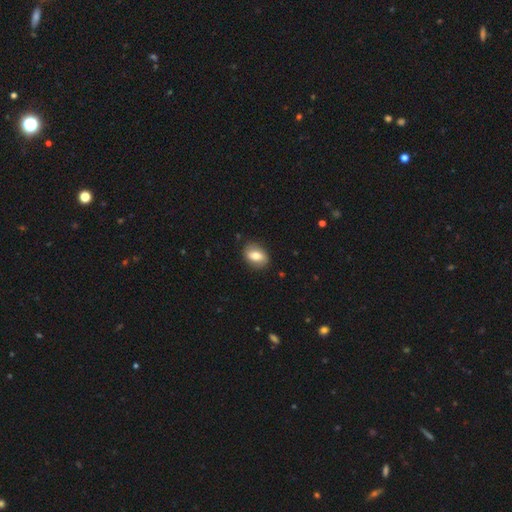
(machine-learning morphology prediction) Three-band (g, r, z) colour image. It shows a smooth galaxy with no disk features (70%) that is in between round and cigar-shaped (75%). Merging: none (84%).